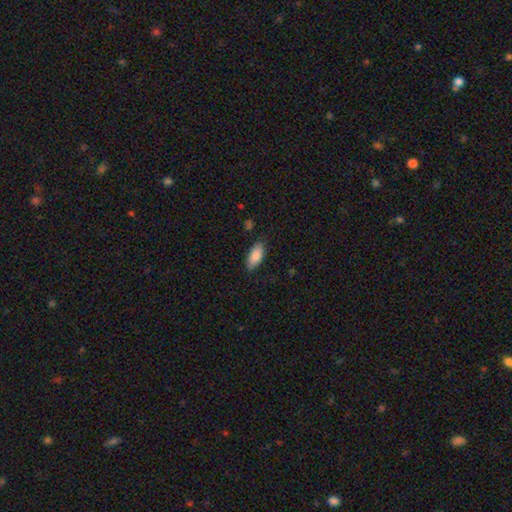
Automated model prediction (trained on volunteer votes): Smooth or featured? Predicted: smooth (p=0.86). How rounded? Predicted: in between (p=0.87). Merging? Predicted: none (p=0.81).